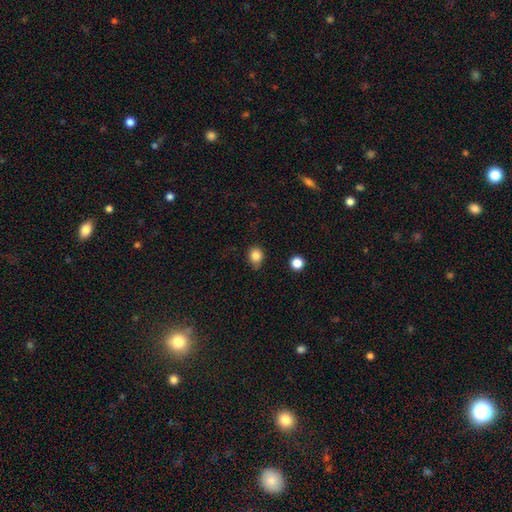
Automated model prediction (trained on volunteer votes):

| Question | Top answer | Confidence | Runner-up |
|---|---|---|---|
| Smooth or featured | smooth | 84% | star or artifact (11%) |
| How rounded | round | 70% | in between (29%) |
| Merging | none | 69% | minor disturbance (24%) |